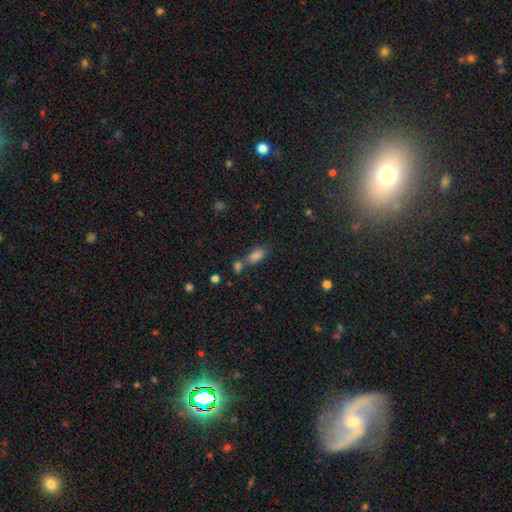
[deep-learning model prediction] Morphology: type=smooth (79%); roundness=in between (87%); merging=none (51%).